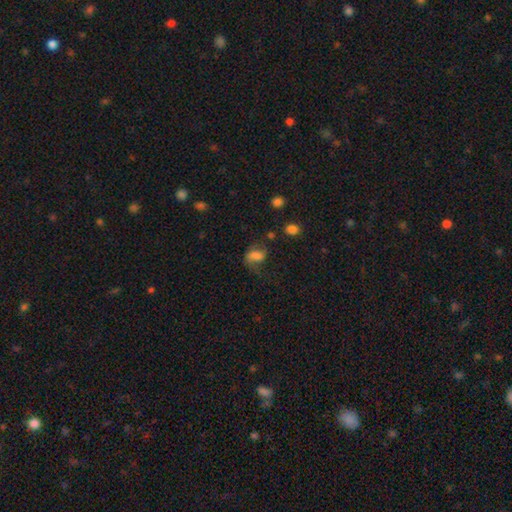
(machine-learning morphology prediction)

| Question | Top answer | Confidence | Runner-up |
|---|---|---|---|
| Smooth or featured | smooth | 63% | featured or disk (24%) |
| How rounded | in between | 73% | round (24%) |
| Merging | none | 40% | major disturbance (30%) |